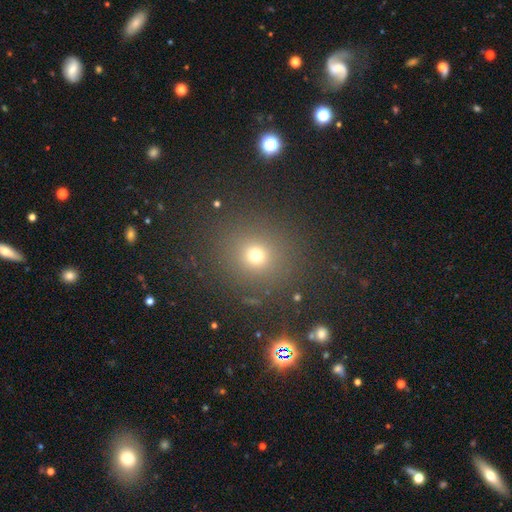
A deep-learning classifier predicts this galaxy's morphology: Overall: smooth (69%). How rounded: round (86%). Merging: none (86%).